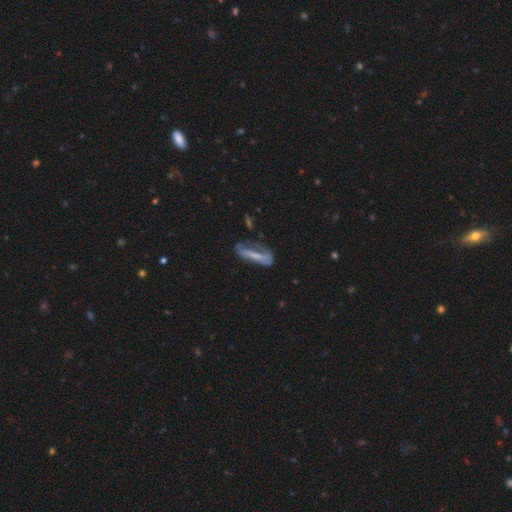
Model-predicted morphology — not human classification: This is possibly a featured or disk galaxy (53%). It is likely not viewed edge-on (76%). Merging: marginally none (40%).